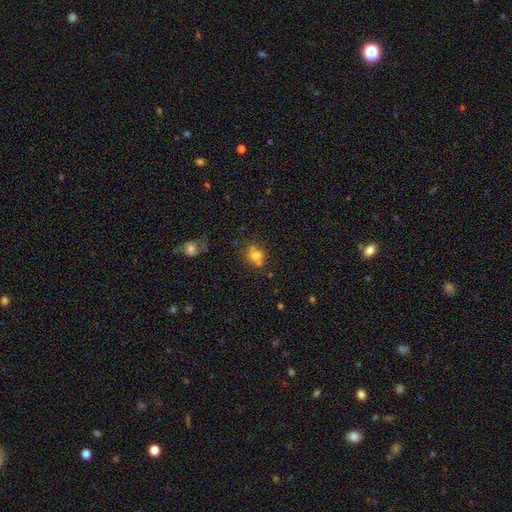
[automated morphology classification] Smooth or featured?
  - smooth: 67% *
  - star or artifact: 17%
  - featured or disk: 16%
How rounded?
  - round: 60% *
  - in between: 39%
  - cigar-shaped: 2%
Merging?
  - none: 45% *
  - merger: 34%
  - minor disturbance: 13%
  - major disturbance: 7%